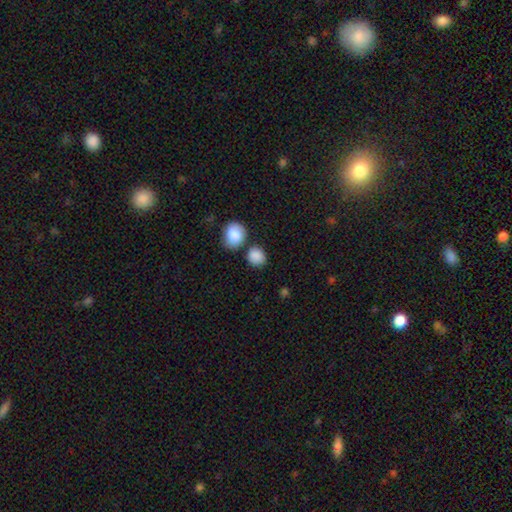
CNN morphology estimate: Smooth or featured? smooth (88%)
How rounded? round (76%)
Merging? none (68%)